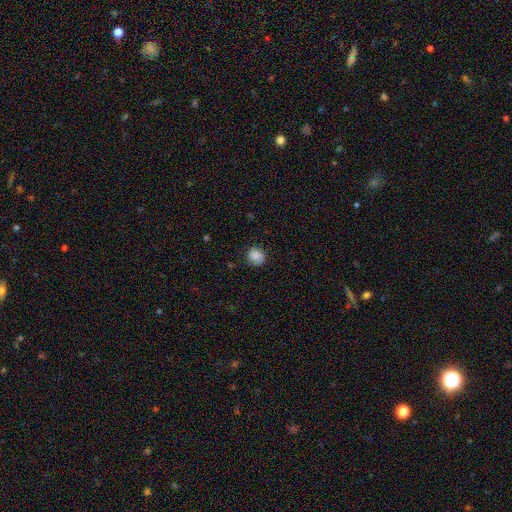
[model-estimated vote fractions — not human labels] Smooth or featured: smooth — 86% (star or artifact — 9%)
How rounded: round — 90% (in between — 9%)
Merging: none — 85% (minor disturbance — 12%)